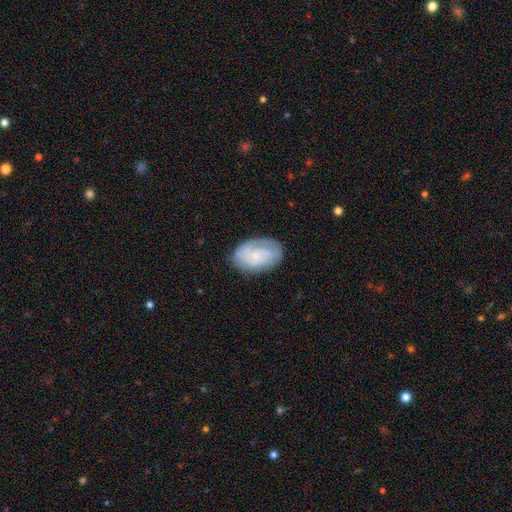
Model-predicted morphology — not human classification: A featured or disk galaxy (55%) with no bar (74%), spiral arms (81%) and a small central bulge (75%).

Vote fractions:
- Smooth or featured? featured or disk: 55% / smooth: 38% / star or artifact: 7%
- Edge-on disk? no: 96% / yes: 4%
- Bar? no: 74% / weak: 22% / strong: 4%
- Spiral arms? yes: 81% / no: 19%
- Bulge size? small: 75% / moderate: 13% / none: 9% / large: 2% / dominant: 1%
- Merging? none: 73% / minor disturbance: 19% / major disturbance: 6% / merger: 1%